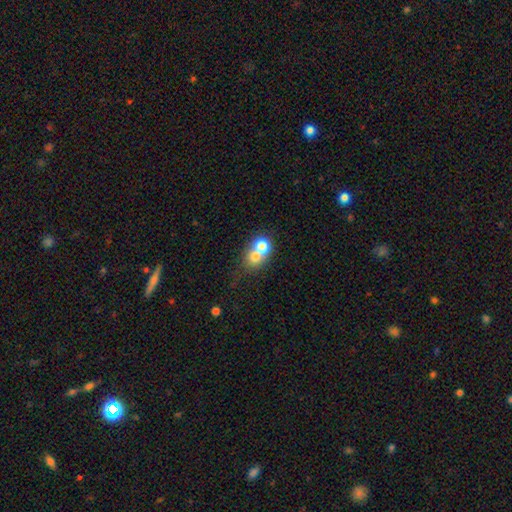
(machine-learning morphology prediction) Smooth or featured?
  - smooth: 68% *
  - featured or disk: 21%
  - star or artifact: 11%
How rounded?
  - round: 66% *
  - in between: 32%
  - cigar-shaped: 1%
Merging?
  - merger: 65% *
  - none: 26%
  - minor disturbance: 6%
  - major disturbance: 4%